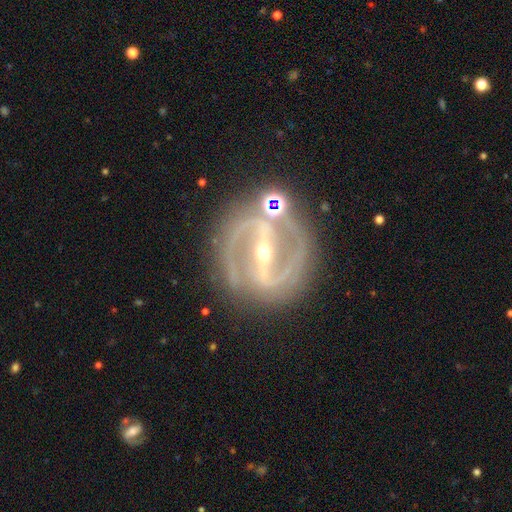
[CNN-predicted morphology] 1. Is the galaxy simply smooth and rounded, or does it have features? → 91% featured or disk, 6% star or artifact, 3% smooth.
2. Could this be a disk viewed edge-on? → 95% no, 5% yes.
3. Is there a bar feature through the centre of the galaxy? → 79% strong, 14% weak, 6% no.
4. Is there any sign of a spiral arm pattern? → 96% yes, 4% no.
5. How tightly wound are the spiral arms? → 47% medium, 41% tight, 11% loose.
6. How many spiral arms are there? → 85% 2, 6% 3, 4% can't tell, 2% 4, 2% 1, 2% more than 4.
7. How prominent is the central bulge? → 68% small, 29% moderate, 1% large, 1% none, 1% dominant.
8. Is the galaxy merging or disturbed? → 77% none, 13% minor disturbance, 5% major disturbance, 5% merger.